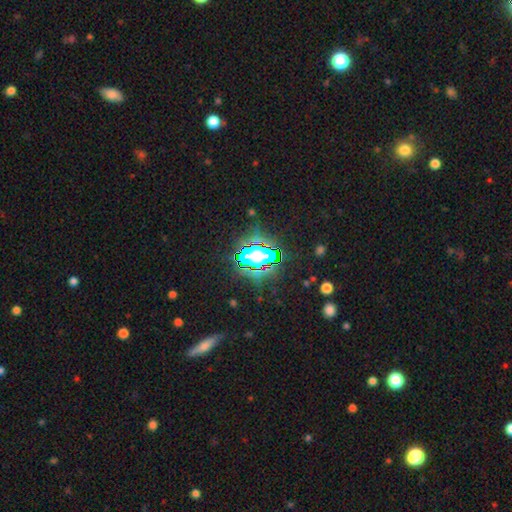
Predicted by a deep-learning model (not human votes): Morphology: type=star or artifact (68%).